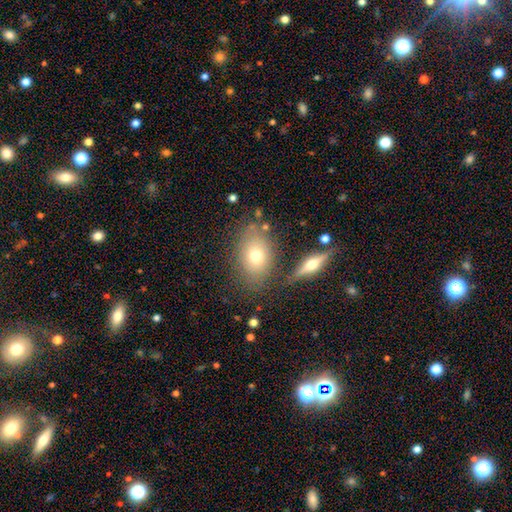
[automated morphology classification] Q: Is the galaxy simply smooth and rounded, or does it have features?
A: smooth — 68%.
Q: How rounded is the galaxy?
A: in between — 72%.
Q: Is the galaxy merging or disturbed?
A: none — 73%.